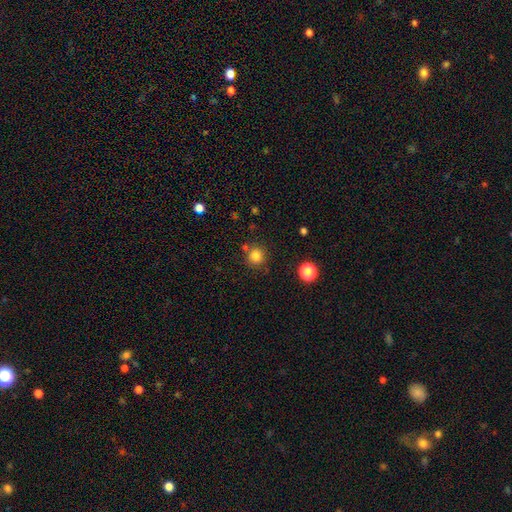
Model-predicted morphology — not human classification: Smooth or featured? smooth (82%)
How rounded? round (92%)
Merging? none (81%)